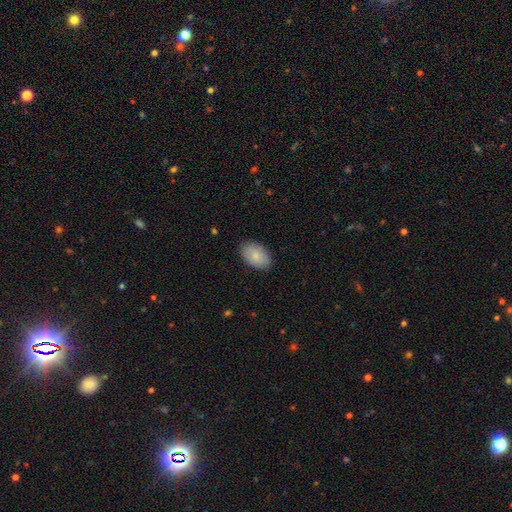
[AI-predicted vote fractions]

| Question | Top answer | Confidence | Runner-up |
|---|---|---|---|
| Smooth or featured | smooth | 84% | featured or disk (10%) |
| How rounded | in between | 92% | round (7%) |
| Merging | none | 86% | minor disturbance (11%) |